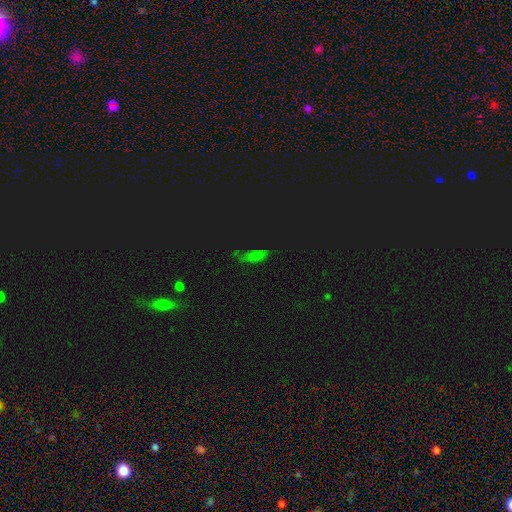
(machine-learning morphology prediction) type=smooth (47%); merging=none (67%).